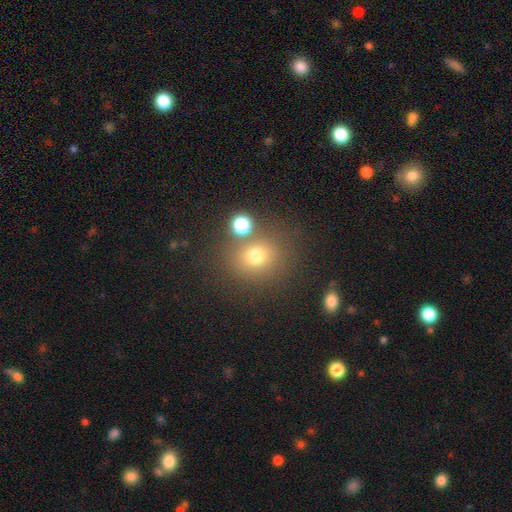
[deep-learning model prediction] Smooth or featured?
  - smooth: 71% *
  - star or artifact: 18%
  - featured or disk: 10%
How rounded?
  - round: 76% *
  - in between: 23%
  - cigar-shaped: 1%
Merging?
  - none: 73% *
  - merger: 12%
  - minor disturbance: 10%
  - major disturbance: 5%